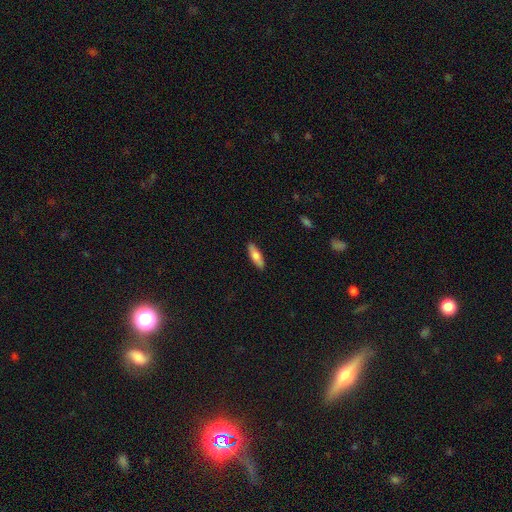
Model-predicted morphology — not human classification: A smooth galaxy with no disk features (73%) that is in between round and cigar-shaped (52%).

Vote fractions:
- Smooth or featured? smooth: 73% / featured or disk: 22% / star or artifact: 6%
- How rounded? in between: 52% / cigar-shaped: 46% / round: 2%
- Merging? none: 89% / minor disturbance: 8% / major disturbance: 2% / merger: 1%